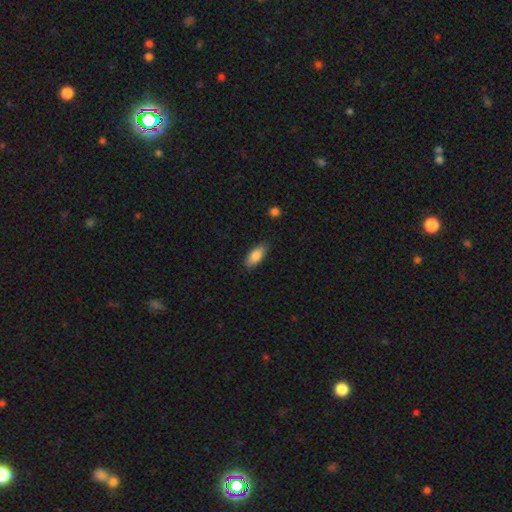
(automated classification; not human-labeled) This appears to be a smooth galaxy with no disk features (84%) that is in between round and cigar-shaped (83%). Merging: none (82%).